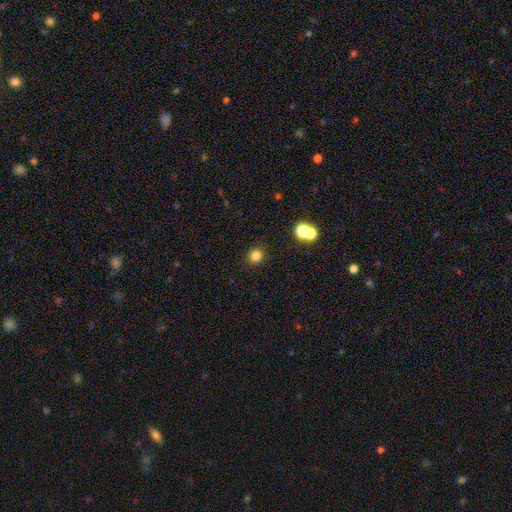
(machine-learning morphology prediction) Smooth or featured?
  - smooth: 80% *
  - star or artifact: 14%
  - featured or disk: 6%
How rounded?
  - round: 90% *
  - in between: 9%
  - cigar-shaped: 1%
Merging?
  - none: 88% *
  - minor disturbance: 6%
  - merger: 4%
  - major disturbance: 2%